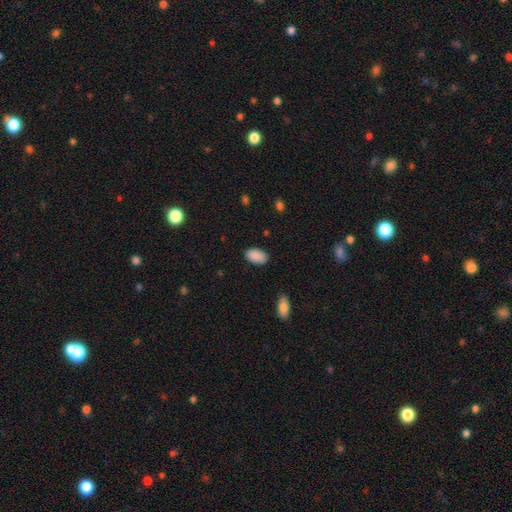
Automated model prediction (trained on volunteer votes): A smooth galaxy with no disk features (89%) that is in between round and cigar-shaped (93%).

Vote fractions:
- Smooth or featured? smooth: 89% / star or artifact: 7% / featured or disk: 4%
- How rounded? in between: 93% / round: 5% / cigar-shaped: 1%
- Merging? none: 83% / minor disturbance: 13% / major disturbance: 3% / merger: 1%